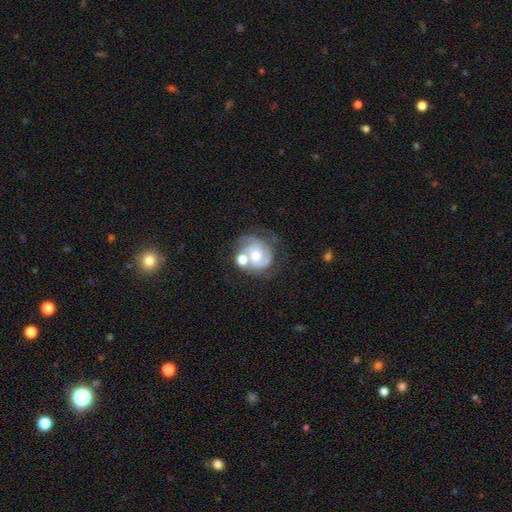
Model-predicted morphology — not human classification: featured or disk 72%, smooth 21%, star or artifact 7%. Down the decision tree: edge-on disk — no (98%); bar — no (70%); spiral arms — yes (88%); spiral arm count — 2 (55%); spiral winding — tight (53%); bulge size — moderate (64%); merging — none (45%).